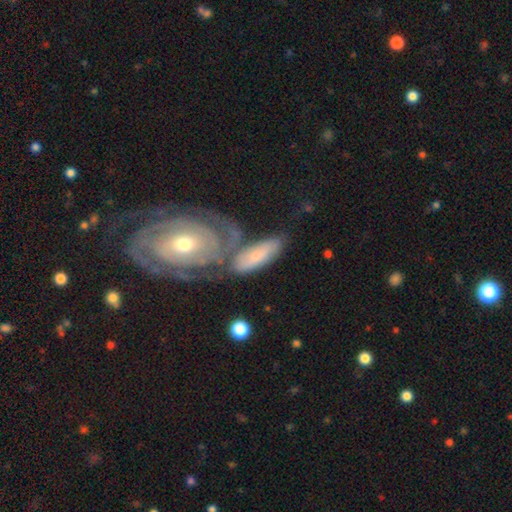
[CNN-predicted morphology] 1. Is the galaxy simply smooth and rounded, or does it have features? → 58% featured or disk, 35% smooth, 7% star or artifact.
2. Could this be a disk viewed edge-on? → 86% no, 14% yes.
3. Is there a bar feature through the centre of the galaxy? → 69% no, 22% weak, 9% strong.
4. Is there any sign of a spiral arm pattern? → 80% yes, 20% no.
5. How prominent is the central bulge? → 50% small, 44% moderate, 3% large, 2% none, 1% dominant.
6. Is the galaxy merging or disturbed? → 45% none, 32% merger, 16% minor disturbance, 7% major disturbance.